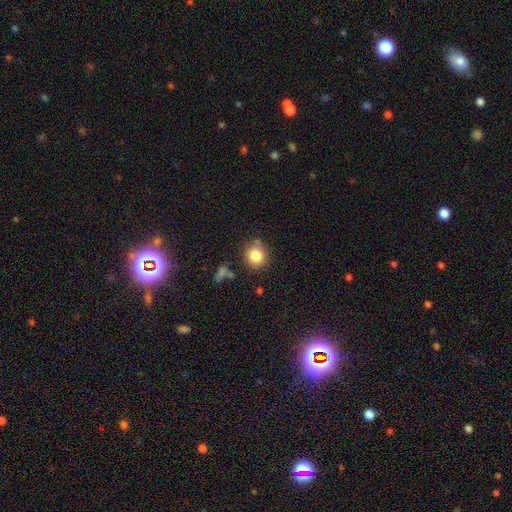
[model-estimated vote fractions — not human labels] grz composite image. It shows a smooth galaxy with no disk features (83%) that is round (87%). Merging: none (78%).